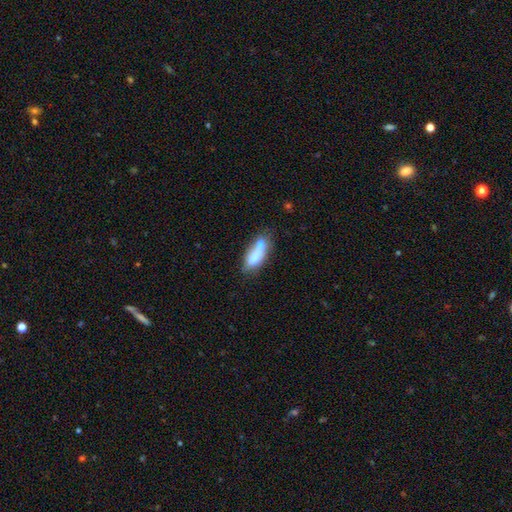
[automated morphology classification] This is likely a smooth galaxy (73%). How rounded: likely in between (70%). Merging: marginally merger (35%, tied with none).